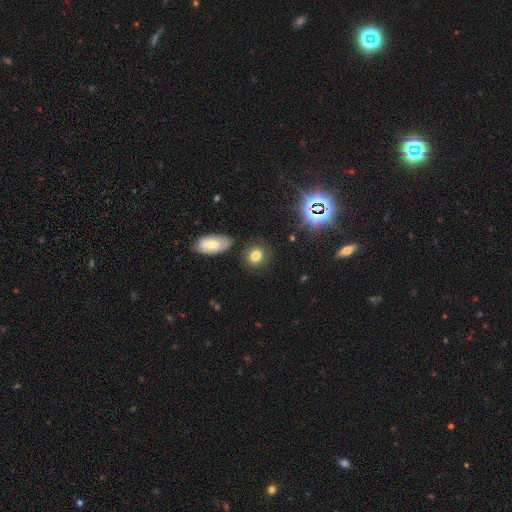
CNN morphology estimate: smooth_or_featured: smooth (p=0.75) [alt: star or artifact p=0.15]
how_rounded: round (p=0.71) [alt: in between p=0.28]
merging: none (p=0.81) [alt: minor disturbance p=0.12]